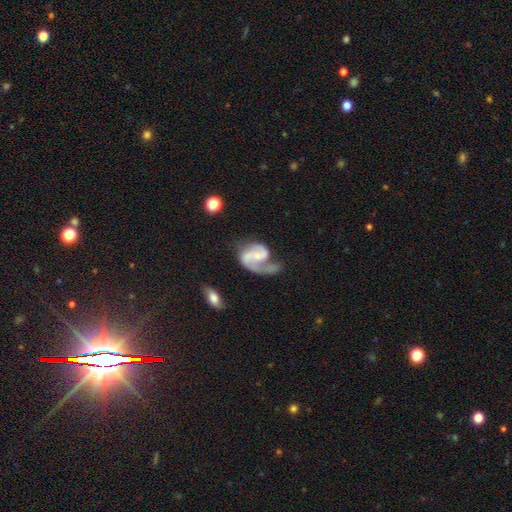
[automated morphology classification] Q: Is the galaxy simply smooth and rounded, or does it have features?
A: featured or disk — 85%.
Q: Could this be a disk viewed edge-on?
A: no — 98%.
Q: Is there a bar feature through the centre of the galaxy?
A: no — 47%.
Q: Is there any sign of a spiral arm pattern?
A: yes — 95%.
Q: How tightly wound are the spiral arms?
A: medium — 49%.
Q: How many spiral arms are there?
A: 2 — 68%.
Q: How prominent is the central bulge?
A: small — 57%.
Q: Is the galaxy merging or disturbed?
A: none — 39%.